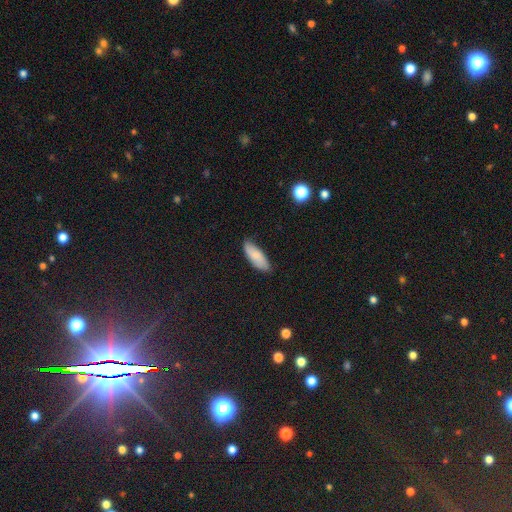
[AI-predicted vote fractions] smooth 78%, featured or disk 15%, star or artifact 7%. Down the decision tree: how rounded — in between (69%); merging — none (80%).